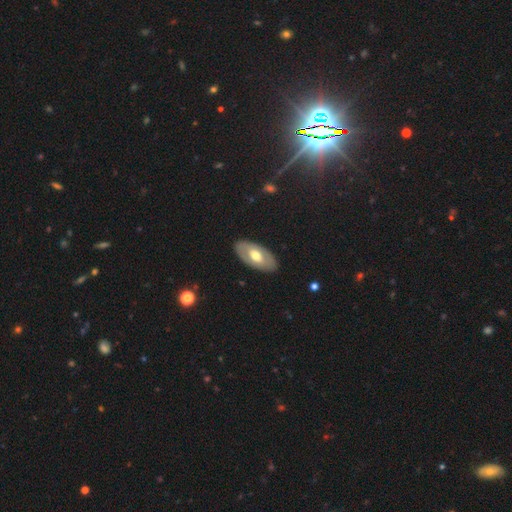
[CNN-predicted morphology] A featured or disk galaxy (50%).

Vote fractions:
- Smooth or featured? featured or disk: 50% / smooth: 46% / star or artifact: 5%
- Merging? none: 87% / minor disturbance: 10% / major disturbance: 3% / merger: 1%